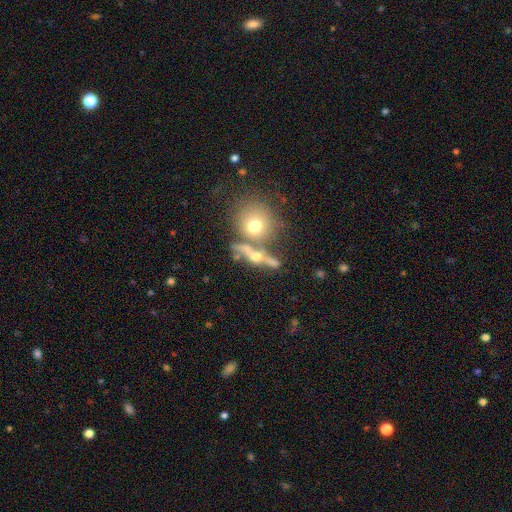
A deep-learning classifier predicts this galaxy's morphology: smooth_or_featured: featured or disk (p=0.56) [alt: smooth p=0.31]
disk_edge_on: yes (p=0.71) [alt: no p=0.29]
merging: none (p=0.52) [alt: merger p=0.29]